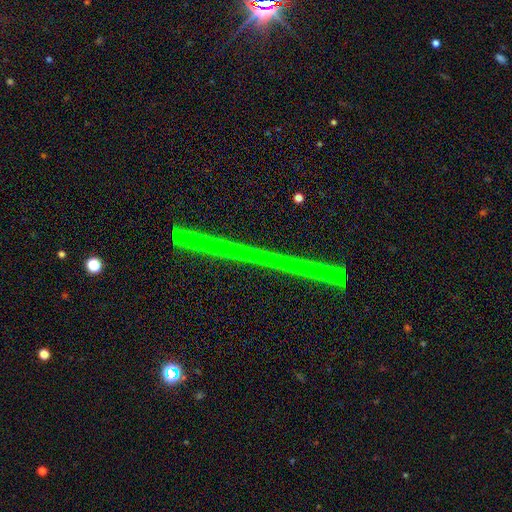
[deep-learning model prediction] This is likely a star or artifact rather than a galaxy (79%).